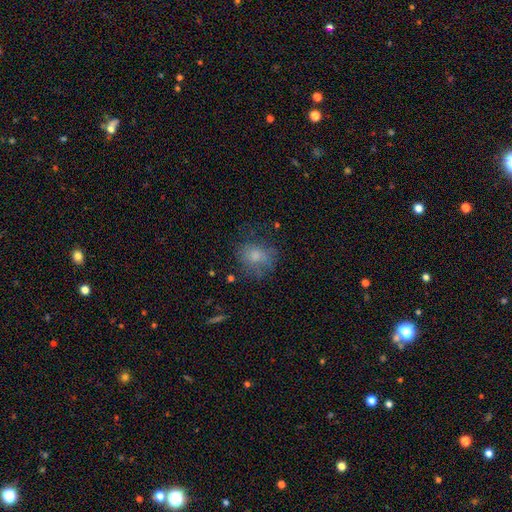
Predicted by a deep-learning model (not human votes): Overall: smooth (70%). How rounded: round (60%; in between 39%). Merging: none (56%; minor disturbance 23%).